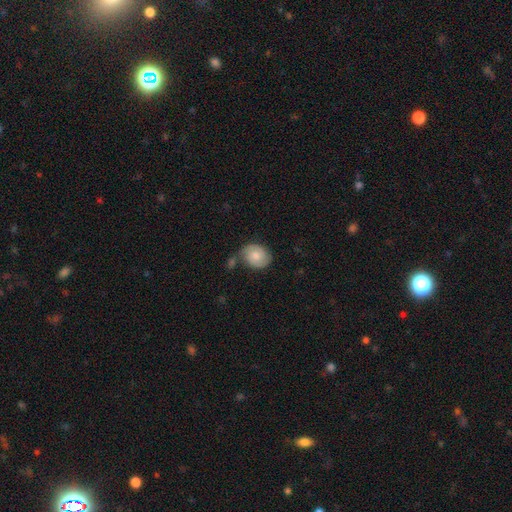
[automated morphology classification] Overall: smooth (60%; featured or disk 33%). How rounded: round (57%; in between 42%). Merging: none (54%; minor disturbance 23%).